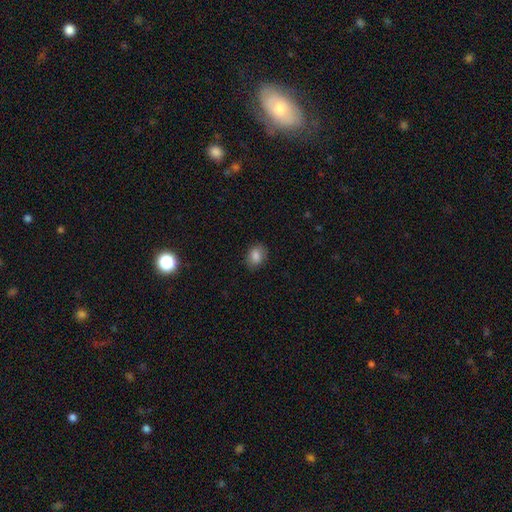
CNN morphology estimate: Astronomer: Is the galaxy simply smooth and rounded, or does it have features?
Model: smooth — 85%.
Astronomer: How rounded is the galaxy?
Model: in between — 67%.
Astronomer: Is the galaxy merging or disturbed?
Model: none — 84%.